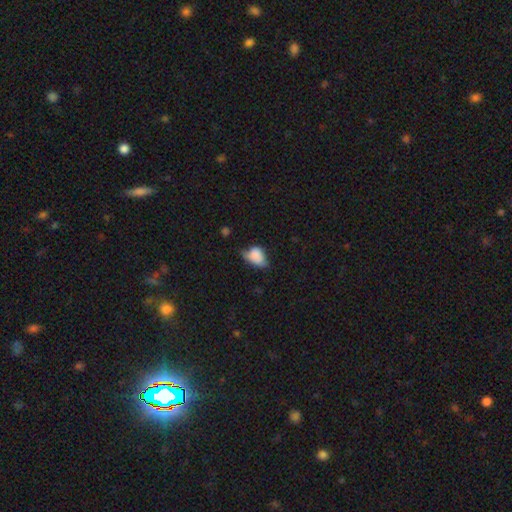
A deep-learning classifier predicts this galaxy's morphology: Smooth or featured?
  - smooth: 77% *
  - featured or disk: 13%
  - star or artifact: 10%
How rounded?
  - in between: 80% *
  - round: 17%
  - cigar-shaped: 2%
Merging?
  - minor disturbance: 44% *
  - none: 32%
  - major disturbance: 20%
  - merger: 5%